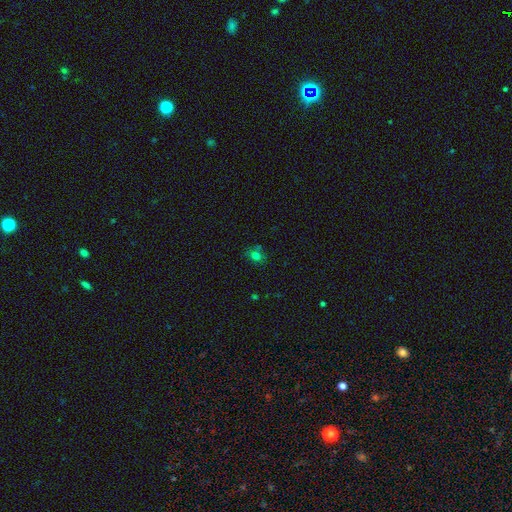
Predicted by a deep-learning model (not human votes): Smooth or featured? Predicted: smooth (p=0.67). How rounded? Predicted: round (p=0.57). Merging? Predicted: none (p=0.65).